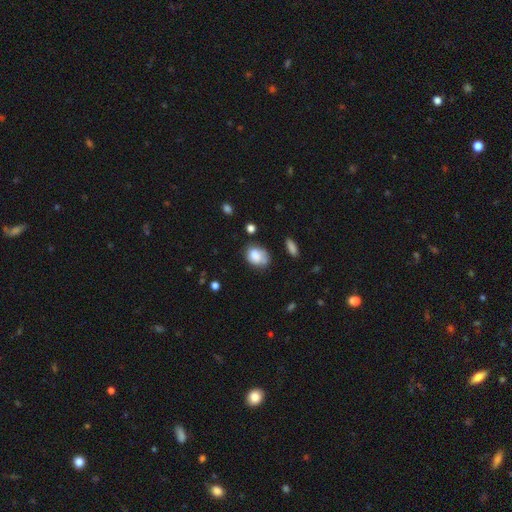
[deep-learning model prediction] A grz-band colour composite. It shows a smooth galaxy with no disk features (77%) that is in between round and cigar-shaped (64%). Merging: none (46%).